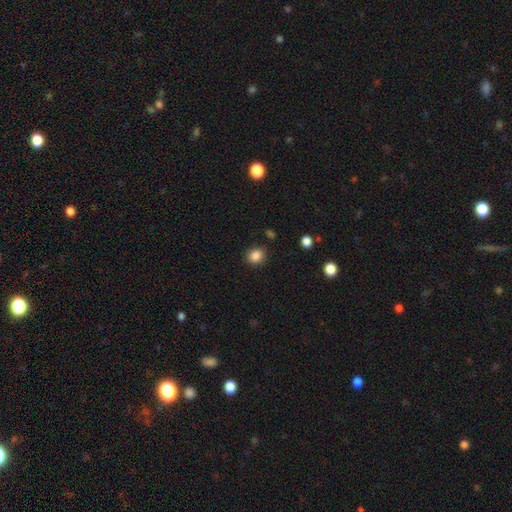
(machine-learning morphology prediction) smooth 86%, star or artifact 10%, featured or disk 4%. Down the decision tree: how rounded — round (73%); merging — none (86%).